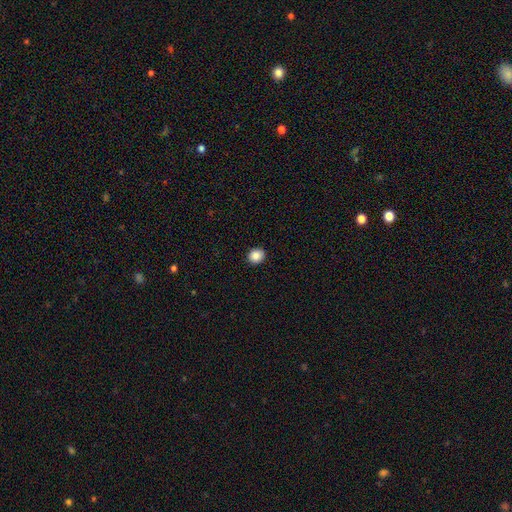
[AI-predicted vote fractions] A smooth galaxy with no disk features (87%) that is round (79%).

Vote fractions:
- Smooth or featured? smooth: 87% / star or artifact: 9% / featured or disk: 4%
- How rounded? round: 79% / in between: 20% / cigar-shaped: 1%
- Merging? none: 92% / minor disturbance: 6% / major disturbance: 2% / merger: 1%